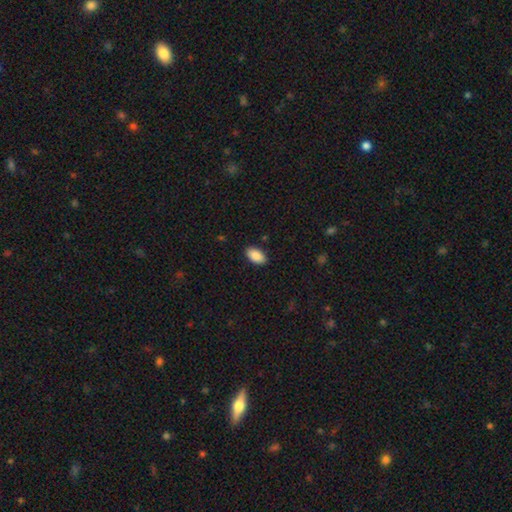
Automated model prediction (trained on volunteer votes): smooth-or-featured: smooth: 89% | star or artifact: 7% | featured or disk: 4%
  how-rounded: in between: 95% | round: 3% | cigar-shaped: 2%
  merging: none: 89% | minor disturbance: 8% | major disturbance: 2% | merger: 1%